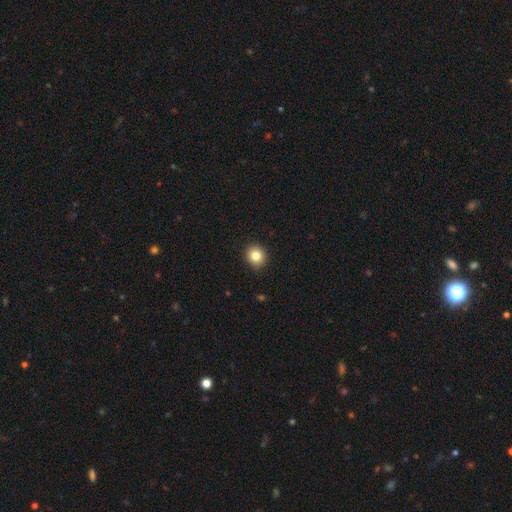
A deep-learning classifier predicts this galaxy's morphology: This appears to be a smooth galaxy with no disk features (83%) that is round (84%). Merging: none (90%).